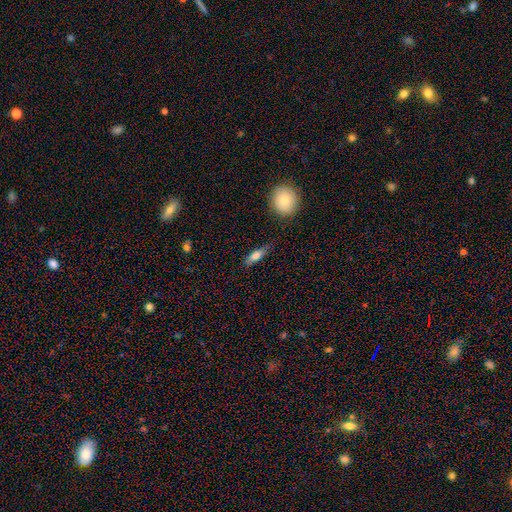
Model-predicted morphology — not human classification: Smooth or featured: smooth — 70% (featured or disk — 23%)
How rounded: cigar-shaped — 50% (in between — 46%)
Merging: none — 77% (minor disturbance — 16%)